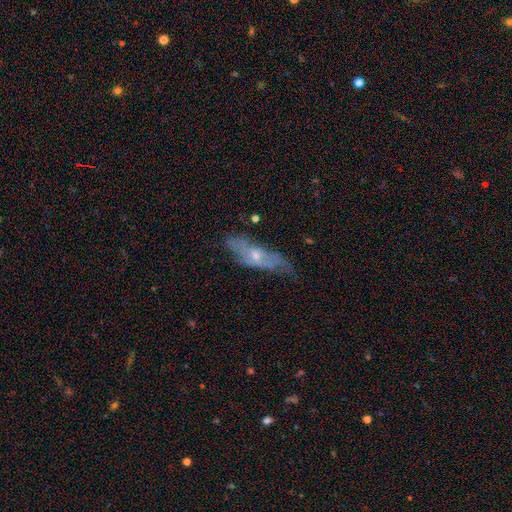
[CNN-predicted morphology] Smooth or featured?
  - featured or disk: 62% *
  - smooth: 30%
  - star or artifact: 8%
Edge-on disk?
  - no: 65% *
  - yes: 35%
Merging?
  - none: 59% *
  - minor disturbance: 28%
  - major disturbance: 11%
  - merger: 3%